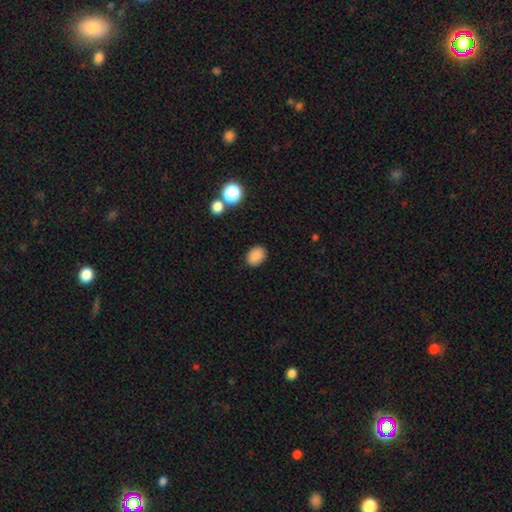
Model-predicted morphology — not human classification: Smooth or featured?
  - smooth: 87% *
  - star or artifact: 10%
  - featured or disk: 3%
How rounded?
  - in between: 69% *
  - round: 30%
  - cigar-shaped: 1%
Merging?
  - none: 87% *
  - minor disturbance: 8%
  - major disturbance: 2%
  - merger: 2%